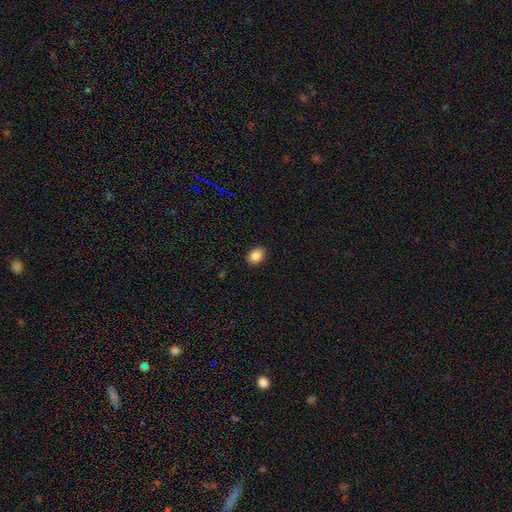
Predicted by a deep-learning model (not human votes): smooth 87%, star or artifact 9%, featured or disk 5%. Down the decision tree: how rounded — in between (72%); merging — none (90%).